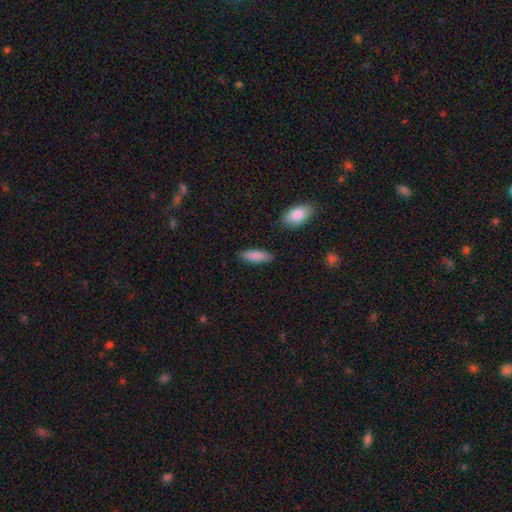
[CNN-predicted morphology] Q: Smooth or featured?
A: smooth (87%); runner-up: featured or disk (7%)
Q: How rounded?
A: in between (59%); runner-up: cigar-shaped (39%)
Q: Merging?
A: none (84%); runner-up: minor disturbance (11%)